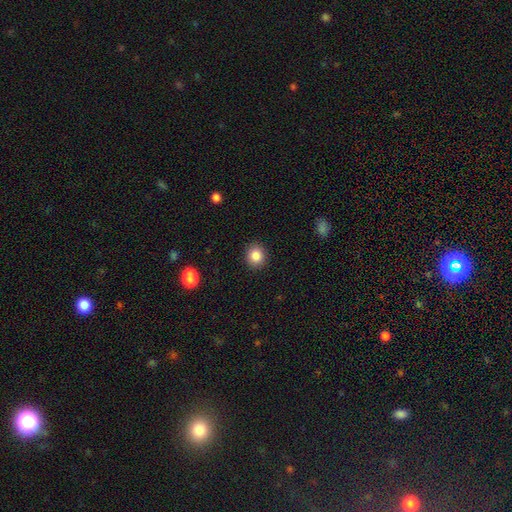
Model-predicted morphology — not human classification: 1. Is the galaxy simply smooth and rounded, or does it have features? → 86% smooth, 10% star or artifact, 5% featured or disk.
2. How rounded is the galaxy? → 79% round, 20% in between, 1% cigar-shaped.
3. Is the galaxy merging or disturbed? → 90% none, 6% minor disturbance, 2% major disturbance, 1% merger.